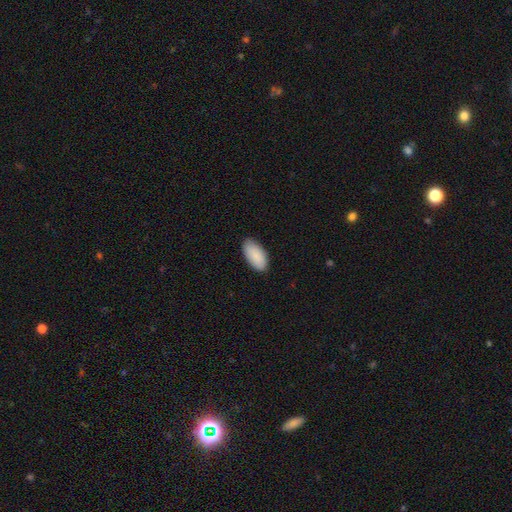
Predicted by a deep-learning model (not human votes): This appears to be a smooth galaxy with no disk features (91%) that is in between round and cigar-shaped (95%). Merging: none (85%).